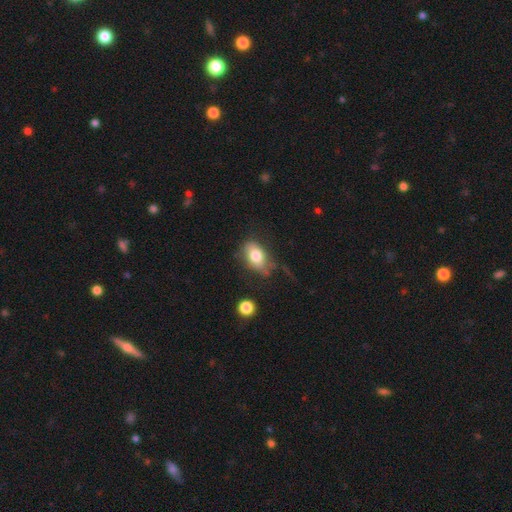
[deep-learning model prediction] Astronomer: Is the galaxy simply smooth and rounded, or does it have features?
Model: smooth — 76%.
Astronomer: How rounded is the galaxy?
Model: in between — 85%.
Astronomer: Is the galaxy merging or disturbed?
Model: none — 55%.